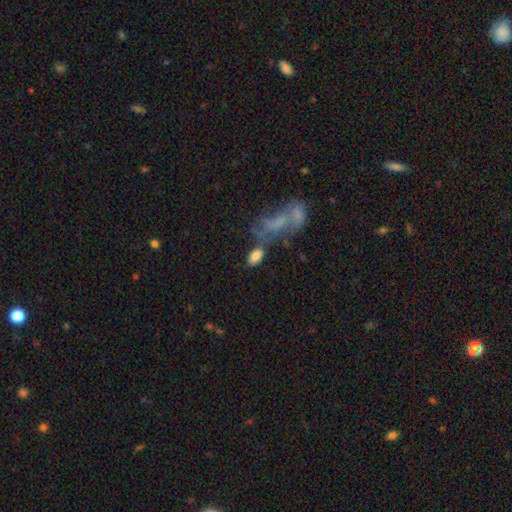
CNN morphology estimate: type=smooth (82%); roundness=in between (92%); merging=none (48%).